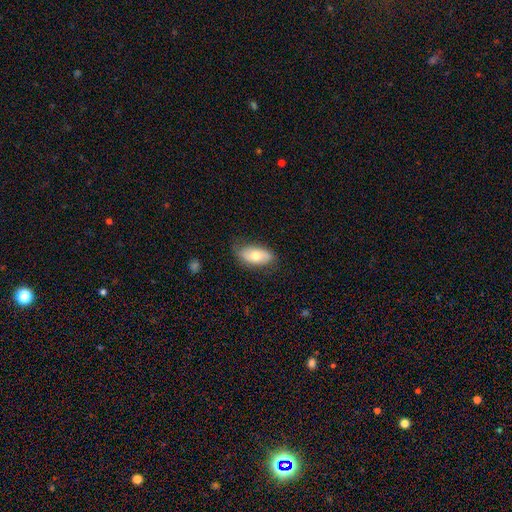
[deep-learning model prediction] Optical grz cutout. It shows a smooth galaxy with no disk features (68%) that is in between round and cigar-shaped (93%). Merging: none (71%).